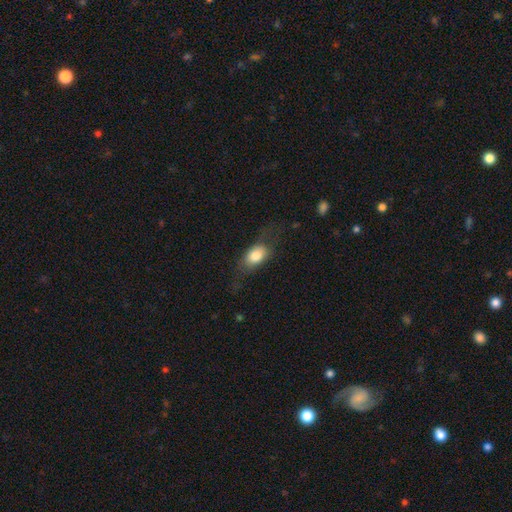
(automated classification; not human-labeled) Q: Smooth or featured?
A: smooth (77%); runner-up: featured or disk (16%)
Q: How rounded?
A: in between (84%); runner-up: round (12%)
Q: Merging?
A: none (58%); runner-up: minor disturbance (23%)